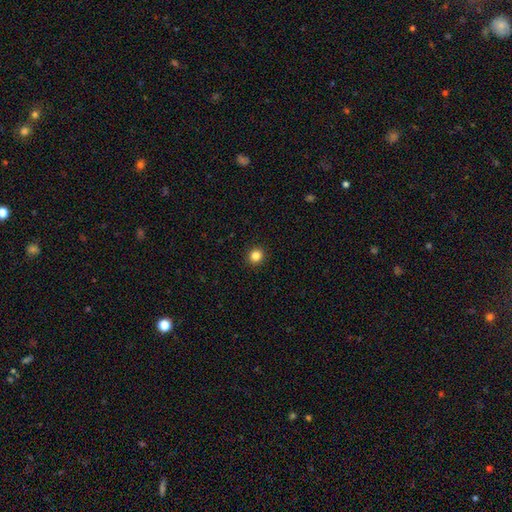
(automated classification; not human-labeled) Smooth or featured: smooth — 84% (star or artifact — 12%)
How rounded: round — 92% (in between — 8%)
Merging: none — 93% (minor disturbance — 5%)